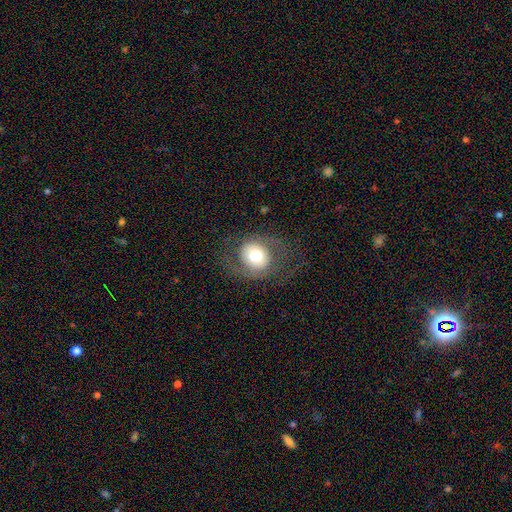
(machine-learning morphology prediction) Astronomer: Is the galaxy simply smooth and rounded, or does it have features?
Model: smooth — 52% (runner-up: featured or disk, 39%).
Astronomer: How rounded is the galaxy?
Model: round — 73%.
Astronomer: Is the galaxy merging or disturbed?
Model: none — 71%.